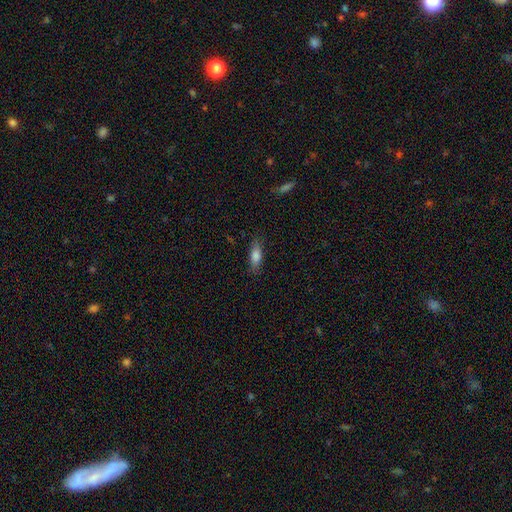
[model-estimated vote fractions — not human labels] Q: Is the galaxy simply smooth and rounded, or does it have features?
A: smooth — 79%.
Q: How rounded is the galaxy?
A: in between — 65%.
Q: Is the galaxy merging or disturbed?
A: none — 82%.